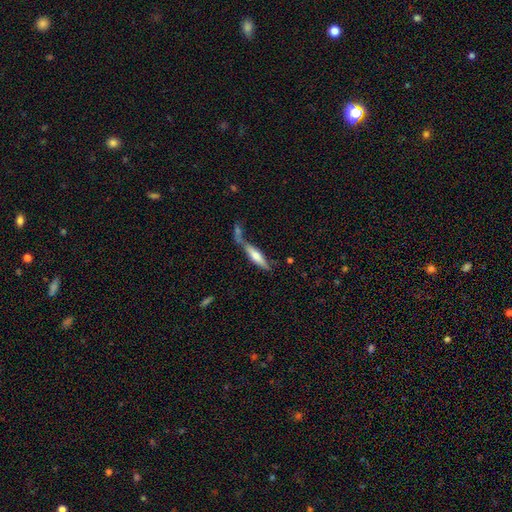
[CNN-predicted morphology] Overall: smooth (56%; featured or disk 37%). How rounded: cigar-shaped (75%). Merging: none (41%; merger 35%).